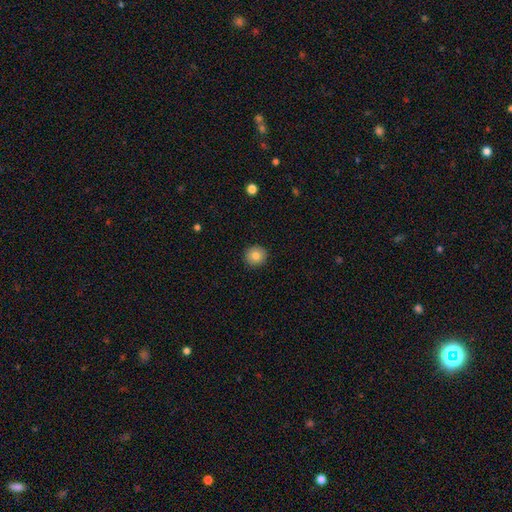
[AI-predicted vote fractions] Smooth or featured: smooth — 81% (featured or disk — 10%)
How rounded: round — 94% (in between — 5%)
Merging: none — 92% (minor disturbance — 6%)